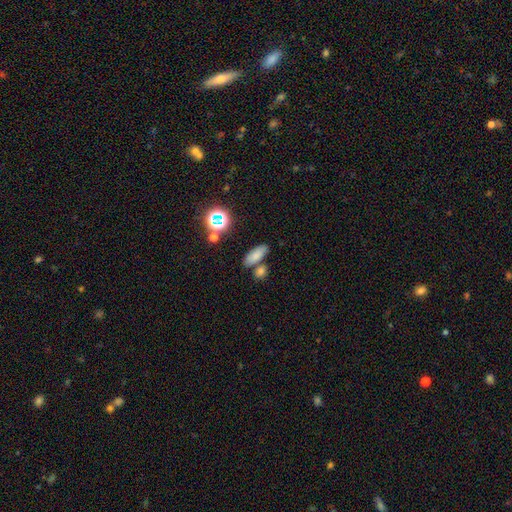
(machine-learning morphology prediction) This is likely a smooth galaxy (77%). How rounded: likely in between (68%). Merging: likely none (68%).